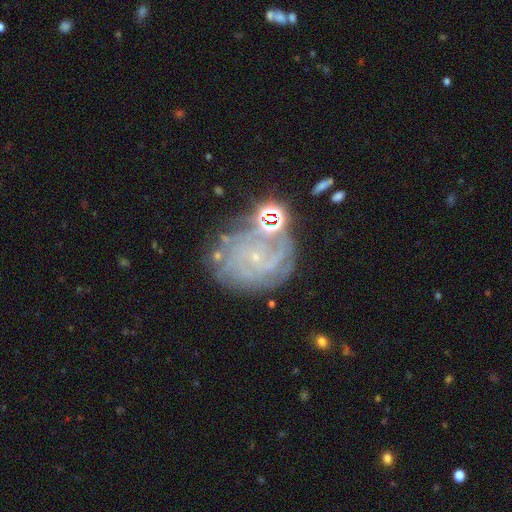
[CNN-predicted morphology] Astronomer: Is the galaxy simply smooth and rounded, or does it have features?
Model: featured or disk — 79%.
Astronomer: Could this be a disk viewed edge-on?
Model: no — 98%.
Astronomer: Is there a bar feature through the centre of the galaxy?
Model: no — 76%.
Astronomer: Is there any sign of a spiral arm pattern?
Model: yes — 93%.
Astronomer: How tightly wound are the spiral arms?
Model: tight — 72%.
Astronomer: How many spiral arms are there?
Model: can't tell — 33% (runner-up: 4, 18%).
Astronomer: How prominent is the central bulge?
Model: small — 88%.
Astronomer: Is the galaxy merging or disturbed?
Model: none — 67%.